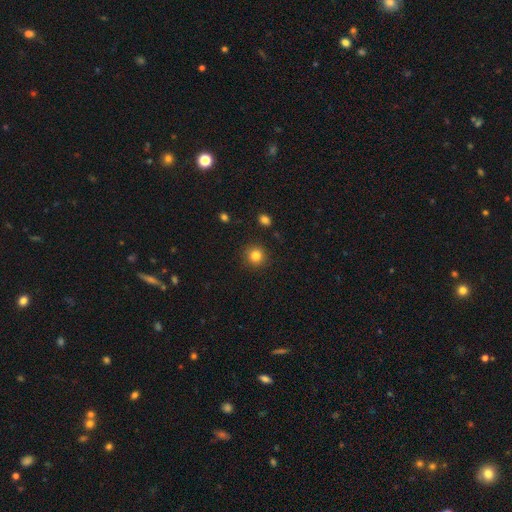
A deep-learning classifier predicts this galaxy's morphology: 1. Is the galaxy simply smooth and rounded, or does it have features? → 83% smooth, 12% star or artifact, 6% featured or disk.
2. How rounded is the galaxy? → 93% round, 6% in between, 1% cigar-shaped.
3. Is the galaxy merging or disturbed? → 90% none, 6% minor disturbance, 2% major disturbance, 2% merger.